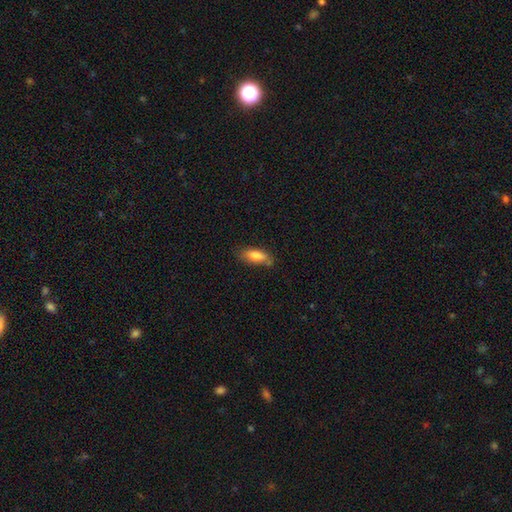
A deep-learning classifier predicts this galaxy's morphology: type=smooth (78%); roundness=in between (72%); merging=none (63%).